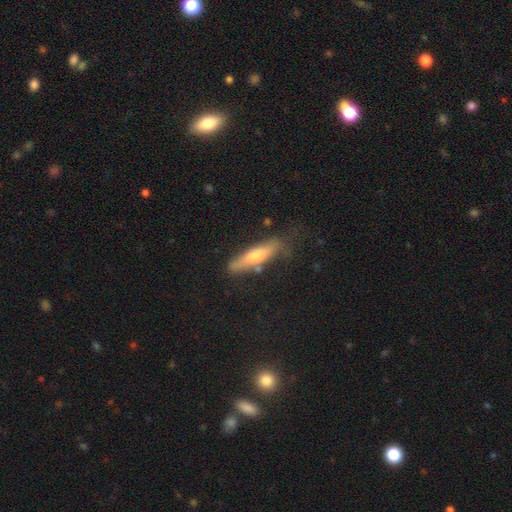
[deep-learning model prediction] The model was most divided on "smooth or featured": featured or disk: 50%, smooth: 40%, star or artifact: 10%. More confident: merging — none (67%).